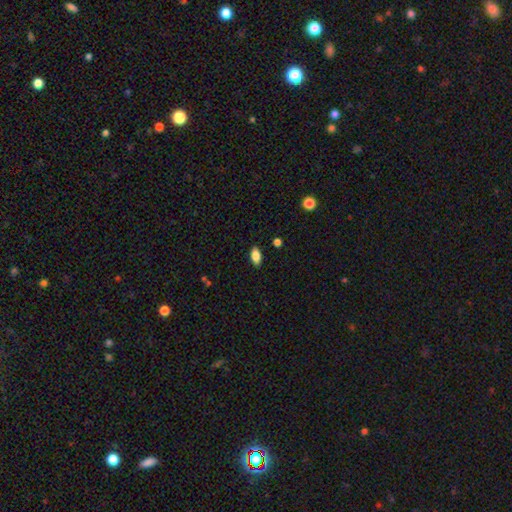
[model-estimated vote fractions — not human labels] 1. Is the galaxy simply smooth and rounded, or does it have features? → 85% smooth, 8% star or artifact, 7% featured or disk.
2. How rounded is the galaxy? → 91% in between, 5% cigar-shaped, 4% round.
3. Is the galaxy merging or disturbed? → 87% none, 9% minor disturbance, 2% major disturbance, 1% merger.